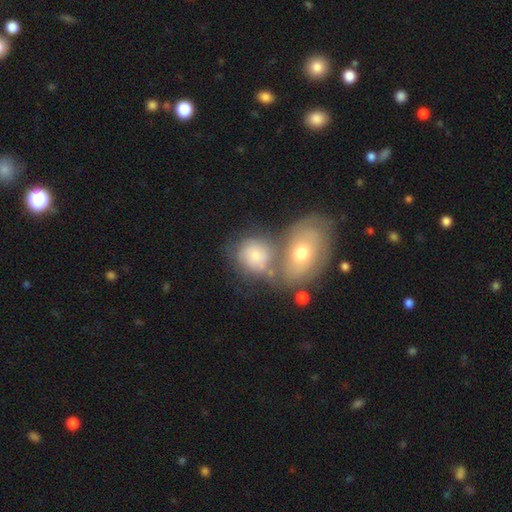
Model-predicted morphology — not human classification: Smooth or featured? Predicted: smooth (p=0.60). How rounded? Predicted: round (p=0.59). Merging? Predicted: merger (p=0.43).